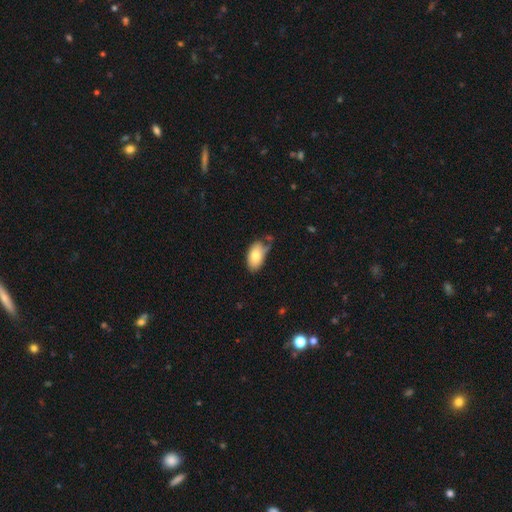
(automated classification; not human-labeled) smooth-or-featured: smooth: 76% | featured or disk: 17% | star or artifact: 7%
  how-rounded: in between: 93% | round: 4% | cigar-shaped: 2%
  merging: none: 49% | minor disturbance: 31% | major disturbance: 11% | merger: 9%